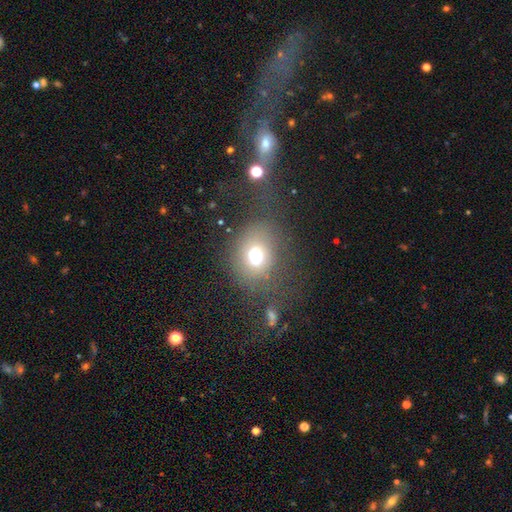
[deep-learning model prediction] This is likely a smooth galaxy (68%). How rounded: likely round (61%). Merging: possibly none (57%).